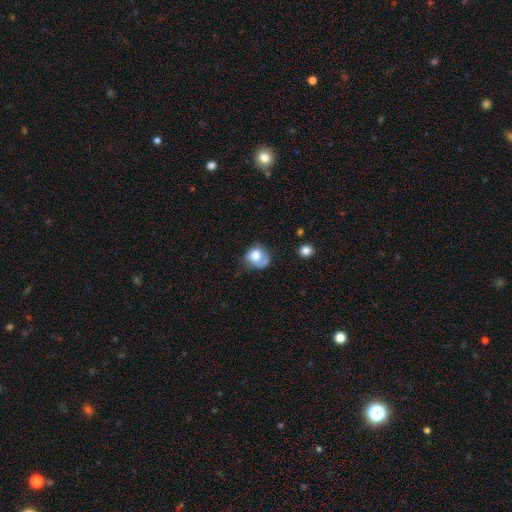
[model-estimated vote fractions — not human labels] Overall: smooth (71%). How rounded: round (65%; in between 34%). Merging: none (37%; minor disturbance 30%).